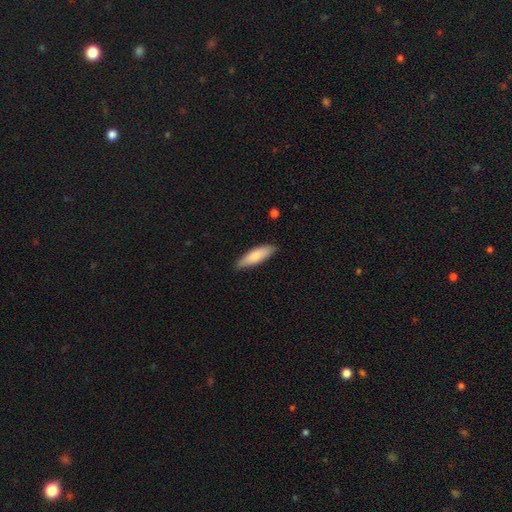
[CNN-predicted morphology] Smooth or featured?
  - smooth: 78% *
  - featured or disk: 16%
  - star or artifact: 5%
How rounded?
  - cigar-shaped: 52% *
  - in between: 46%
  - round: 2%
Merging?
  - none: 84% *
  - minor disturbance: 13%
  - major disturbance: 2%
  - merger: 1%